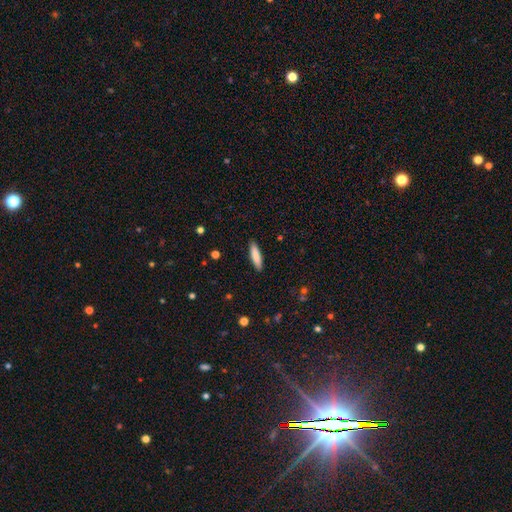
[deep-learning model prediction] This is clearly a smooth galaxy (84%). How rounded: likely cigar-shaped (73%). Merging: clearly none (91%).